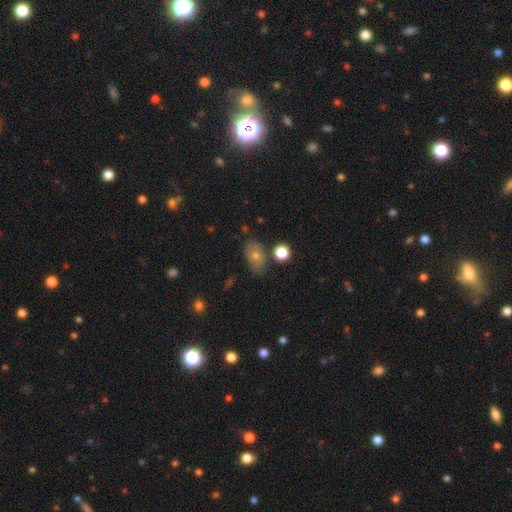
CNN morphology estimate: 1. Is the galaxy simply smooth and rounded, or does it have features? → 74% smooth, 16% featured or disk, 10% star or artifact.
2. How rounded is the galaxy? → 82% in between, 16% round, 2% cigar-shaped.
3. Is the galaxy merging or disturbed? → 68% none, 19% minor disturbance, 8% merger, 5% major disturbance.